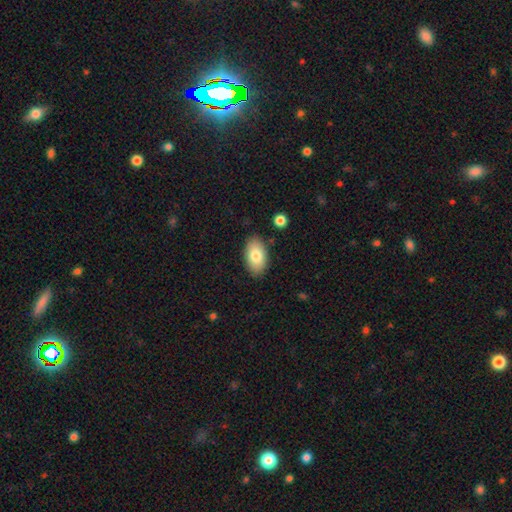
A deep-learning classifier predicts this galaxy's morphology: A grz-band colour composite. It shows a smooth galaxy with no disk features (81%) that is in between round and cigar-shaped (94%). Merging: none (85%).